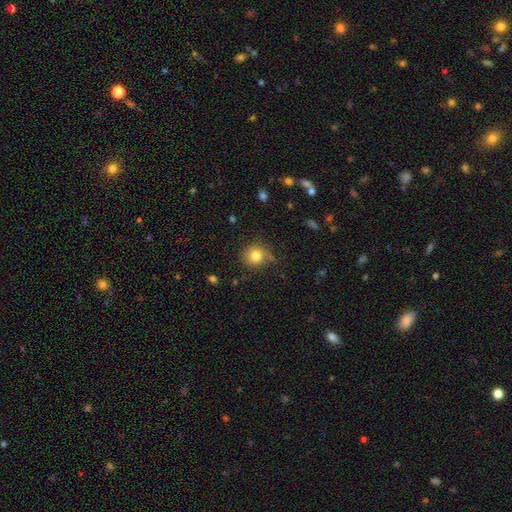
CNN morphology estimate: Smooth or featured? Predicted: smooth (p=0.81). How rounded? Predicted: round (p=0.90). Merging? Predicted: none (p=0.77).